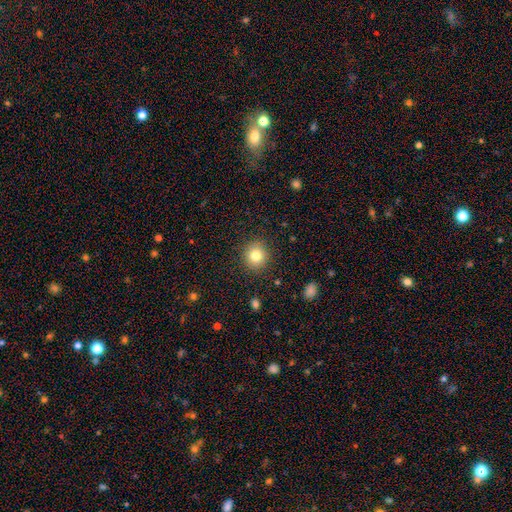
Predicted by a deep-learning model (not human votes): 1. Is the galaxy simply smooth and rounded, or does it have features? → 80% smooth, 11% star or artifact, 9% featured or disk.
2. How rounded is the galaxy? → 88% round, 11% in between, 1% cigar-shaped.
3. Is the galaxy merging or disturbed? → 90% none, 7% minor disturbance, 2% major disturbance, 1% merger.